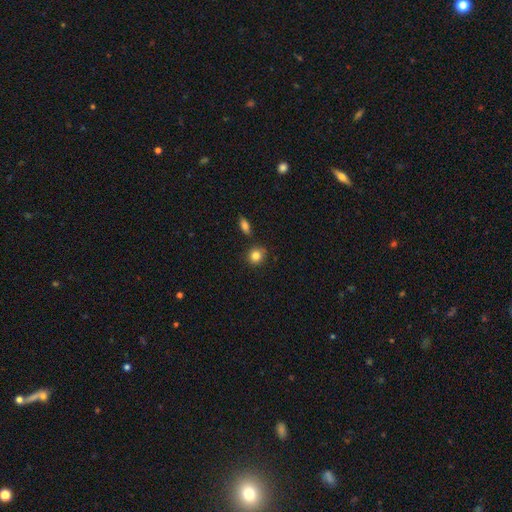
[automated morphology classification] smooth-or-featured: smooth: 84% | star or artifact: 10% | featured or disk: 7%
  how-rounded: round: 82% | in between: 17% | cigar-shaped: 1%
  merging: none: 81% | minor disturbance: 11% | merger: 5% | major disturbance: 3%